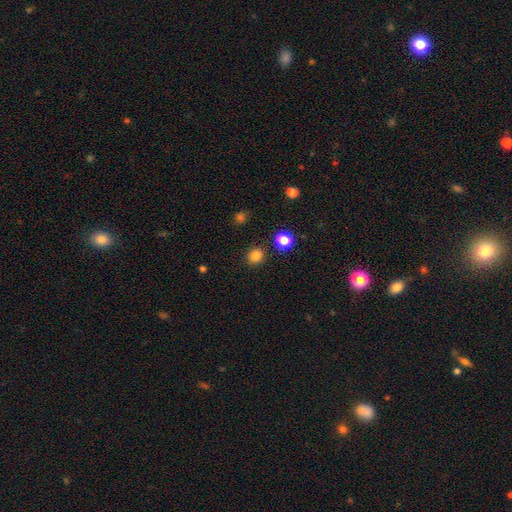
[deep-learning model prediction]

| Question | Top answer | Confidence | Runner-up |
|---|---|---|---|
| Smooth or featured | smooth | 83% | star or artifact (13%) |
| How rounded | round | 82% | in between (17%) |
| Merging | none | 88% | minor disturbance (7%) |